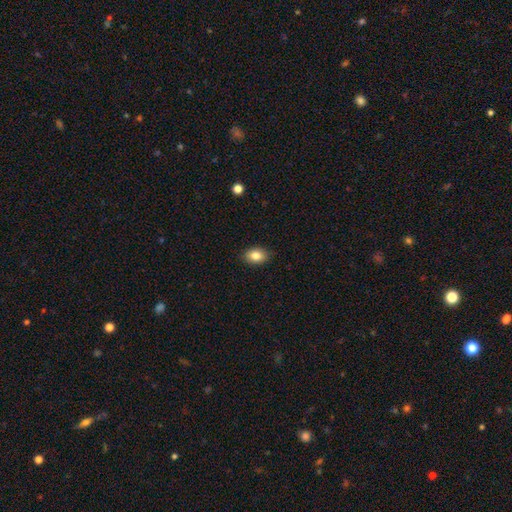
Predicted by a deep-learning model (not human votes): Overall: smooth (84%). How rounded: in between (81%). Merging: none (89%).